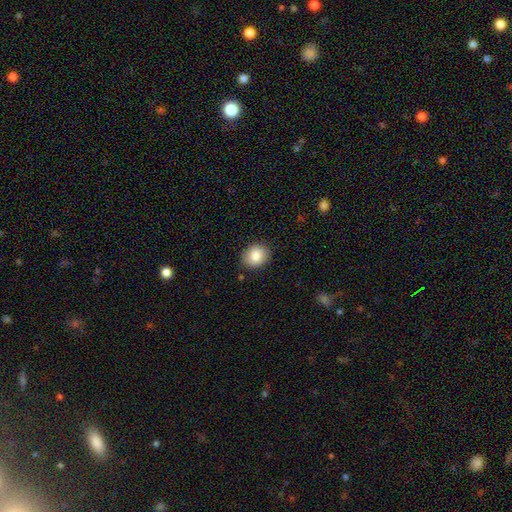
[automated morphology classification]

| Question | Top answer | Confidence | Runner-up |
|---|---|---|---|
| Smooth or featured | smooth | 85% | star or artifact (8%) |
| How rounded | round | 60% | in between (39%) |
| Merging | none | 86% | minor disturbance (10%) |